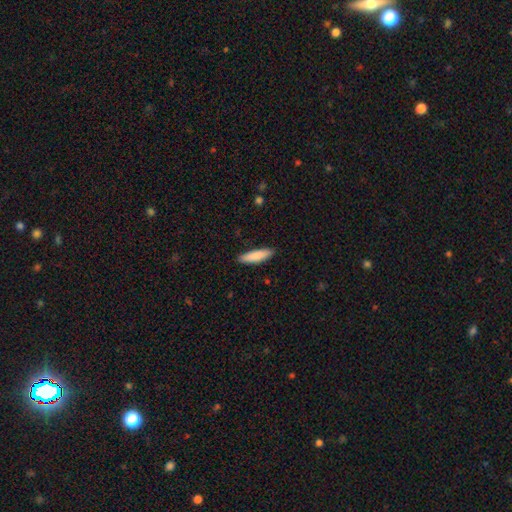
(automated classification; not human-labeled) Smooth or featured?
  - smooth: 86% *
  - featured or disk: 8%
  - star or artifact: 5%
How rounded?
  - cigar-shaped: 70% *
  - in between: 29%
  - round: 1%
Merging?
  - none: 89% *
  - minor disturbance: 8%
  - major disturbance: 2%
  - merger: 1%